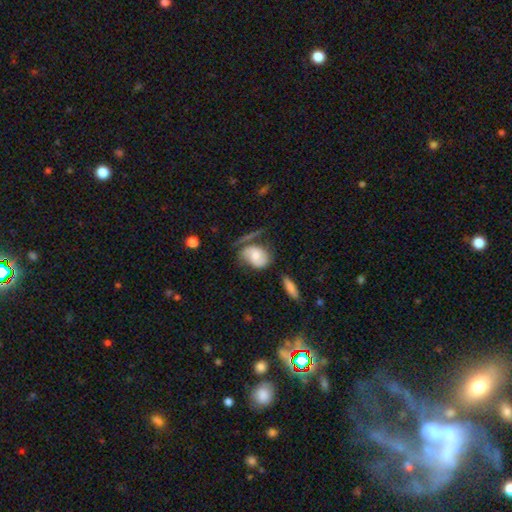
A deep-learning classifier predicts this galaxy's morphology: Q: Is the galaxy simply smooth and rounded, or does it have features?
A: featured or disk — 54%.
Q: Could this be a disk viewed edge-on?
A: no — 95%.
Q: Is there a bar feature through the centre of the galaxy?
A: no — 65%.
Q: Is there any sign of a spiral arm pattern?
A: yes — 84%.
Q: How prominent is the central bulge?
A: moderate — 52%.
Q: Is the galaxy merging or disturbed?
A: none — 43%.